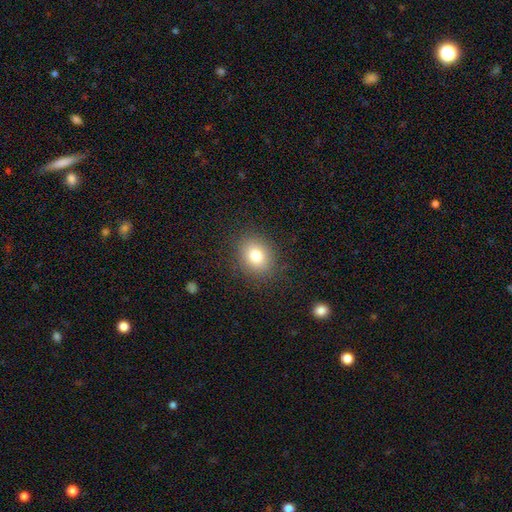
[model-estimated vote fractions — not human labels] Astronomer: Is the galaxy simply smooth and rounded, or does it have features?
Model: smooth — 79%.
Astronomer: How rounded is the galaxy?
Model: round — 62%.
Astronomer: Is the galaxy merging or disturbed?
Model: none — 87%.